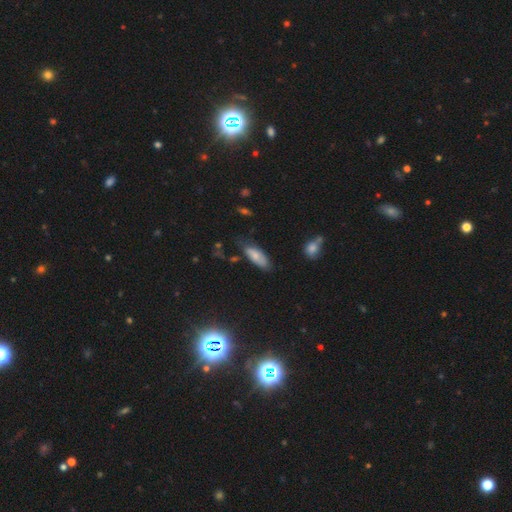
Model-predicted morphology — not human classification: Q: Smooth or featured?
A: smooth (71%); runner-up: featured or disk (21%)
Q: How rounded?
A: in between (79%); runner-up: cigar-shaped (19%)
Q: Merging?
A: none (57%); runner-up: minor disturbance (31%)